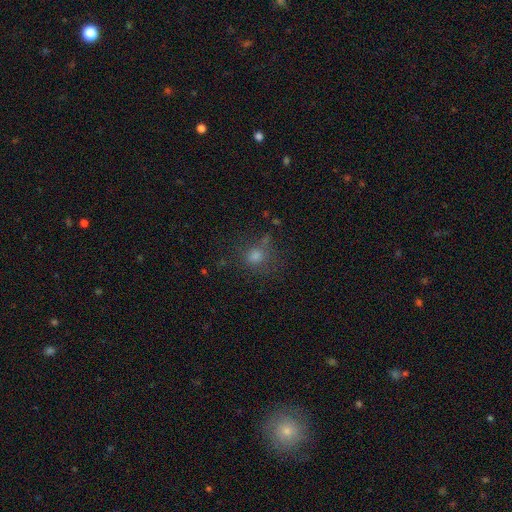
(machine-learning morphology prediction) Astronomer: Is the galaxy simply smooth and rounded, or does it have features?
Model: smooth — 68%.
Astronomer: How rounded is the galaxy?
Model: round — 77%.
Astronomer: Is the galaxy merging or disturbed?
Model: none — 69%.